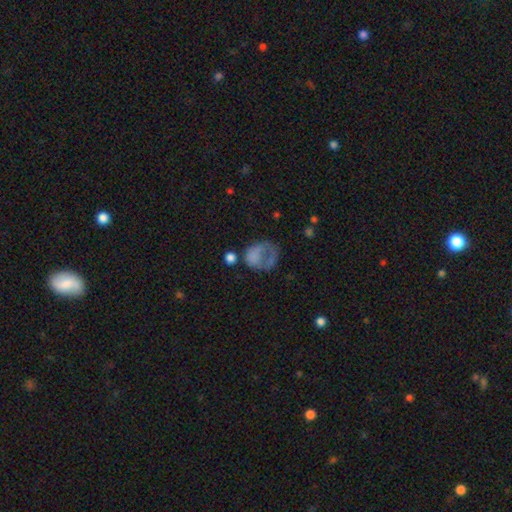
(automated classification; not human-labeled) A smooth galaxy with no disk features (62%) that is round (61%).

Vote fractions:
- Smooth or featured? smooth: 62% / featured or disk: 26% / star or artifact: 12%
- How rounded? round: 61% / in between: 38% / cigar-shaped: 1%
- Merging? major disturbance: 38% / none: 33% / minor disturbance: 22% / merger: 7%